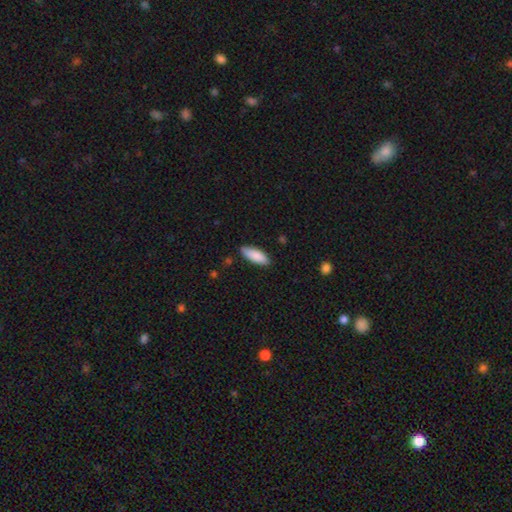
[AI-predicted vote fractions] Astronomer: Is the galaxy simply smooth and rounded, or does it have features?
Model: smooth — 88%.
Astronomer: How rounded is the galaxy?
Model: in between — 66%.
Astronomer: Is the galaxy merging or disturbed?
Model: none — 86%.